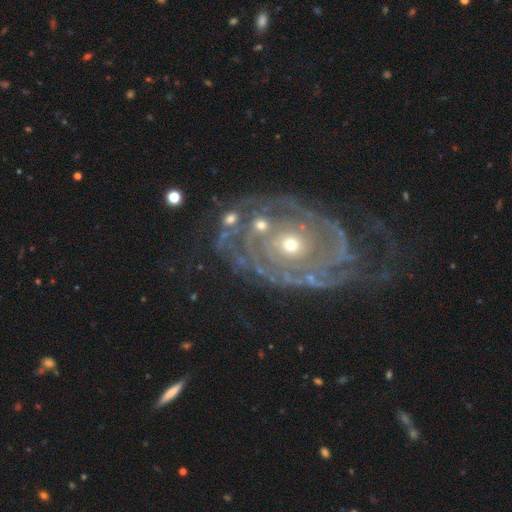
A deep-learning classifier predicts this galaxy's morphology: This appears to be a featured or disk galaxy (88%) with no bar (82%), tight (75%) spiral arms (92%) and a small central bulge (59%). Merging: none (59%).